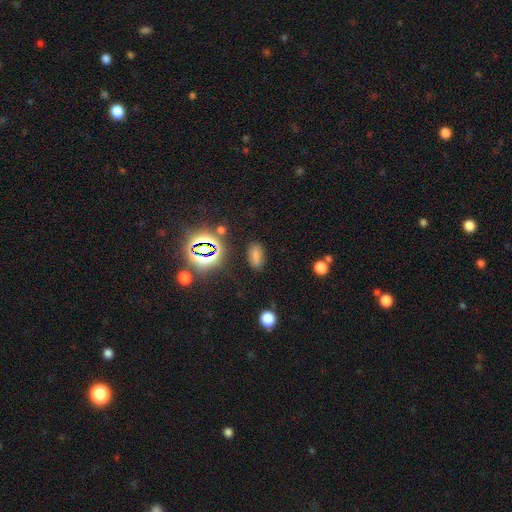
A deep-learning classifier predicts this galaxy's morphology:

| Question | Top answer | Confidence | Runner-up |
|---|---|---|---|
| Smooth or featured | smooth | 68% | star or artifact (24%) |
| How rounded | in between | 84% | cigar-shaped (10%) |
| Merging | none | 81% | minor disturbance (12%) |